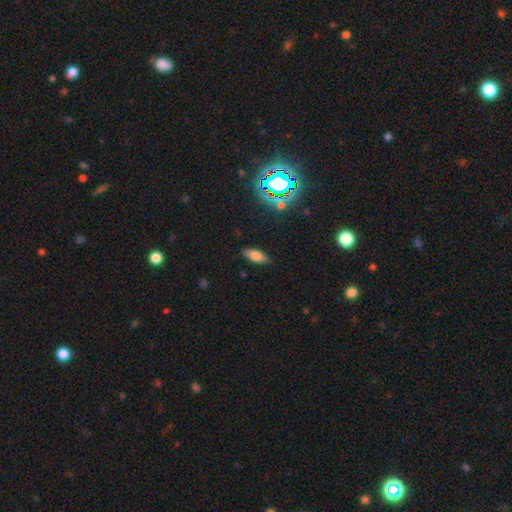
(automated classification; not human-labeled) Smooth or featured? smooth (73%)
How rounded? in between (77%)
Merging? none (84%)